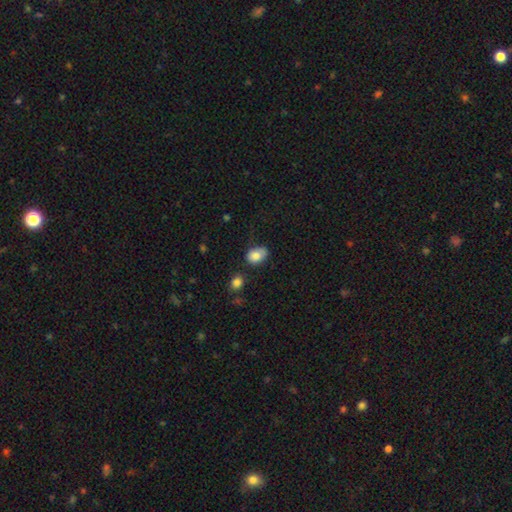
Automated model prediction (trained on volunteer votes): smooth 82%, featured or disk 10%, star or artifact 8%. Down the decision tree: how rounded — in between (80%); merging — none (54%).